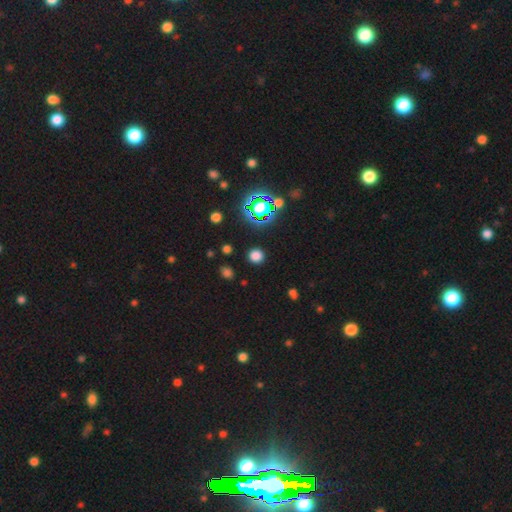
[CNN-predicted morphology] A smooth galaxy with no disk features (70%) that is round (90%).

Vote fractions:
- Smooth or featured? smooth: 70% / star or artifact: 25% / featured or disk: 6%
- How rounded? round: 90% / in between: 9% / cigar-shaped: 1%
- Merging? none: 88% / minor disturbance: 7% / major disturbance: 3% / merger: 2%